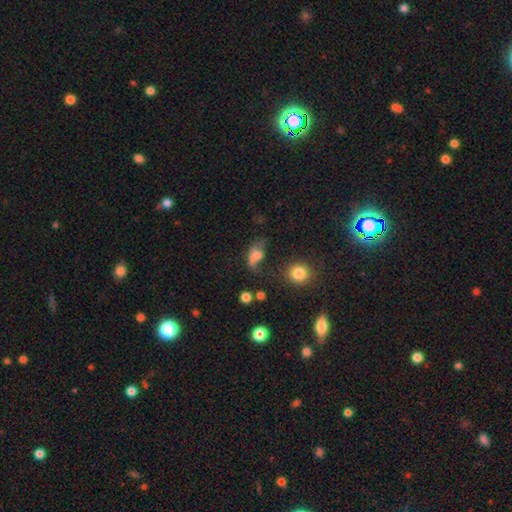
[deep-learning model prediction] Smooth or featured? Predicted: smooth (p=0.61). How rounded? Predicted: in between (p=0.74). Merging? Predicted: major disturbance (p=0.39).